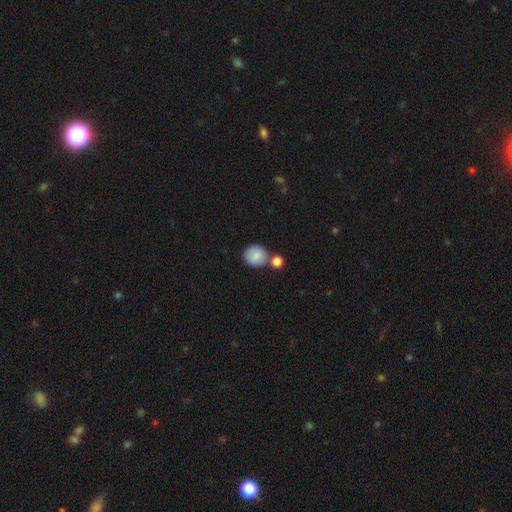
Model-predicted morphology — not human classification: This is clearly a smooth galaxy (86%). How rounded: clearly round (88%). Merging: likely none (65%).